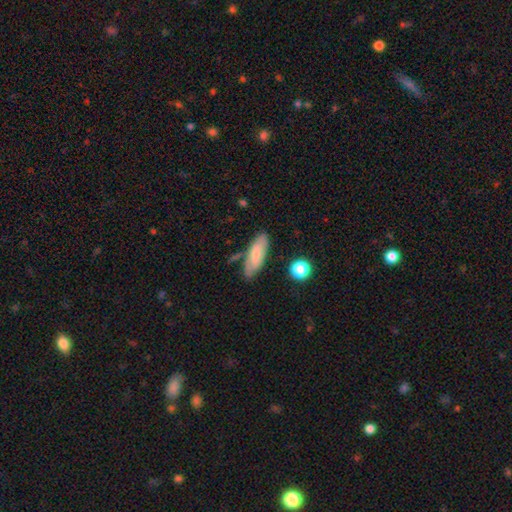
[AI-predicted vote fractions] Smooth or featured?
  - smooth: 69% *
  - featured or disk: 24%
  - star or artifact: 7%
How rounded?
  - in between: 67% *
  - cigar-shaped: 31%
  - round: 2%
Merging?
  - none: 70% *
  - minor disturbance: 19%
  - merger: 6%
  - major disturbance: 5%